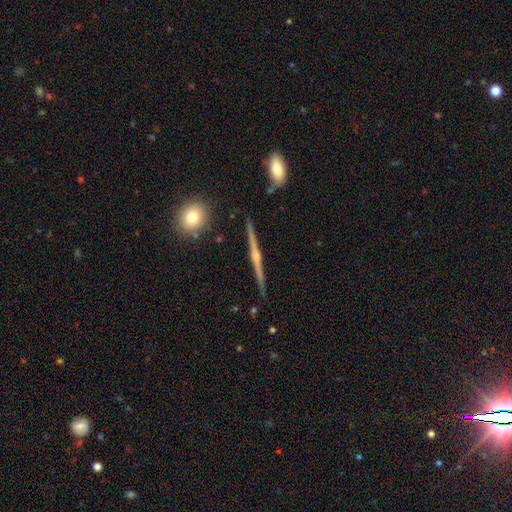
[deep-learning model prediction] Smooth or featured: featured or disk — 85% (smooth — 9%)
Edge-on disk: yes — 98% (no — 2%)
Edge-on bulge: rounded — 87% (none — 8%)
Merging: none — 90% (minor disturbance — 7%)